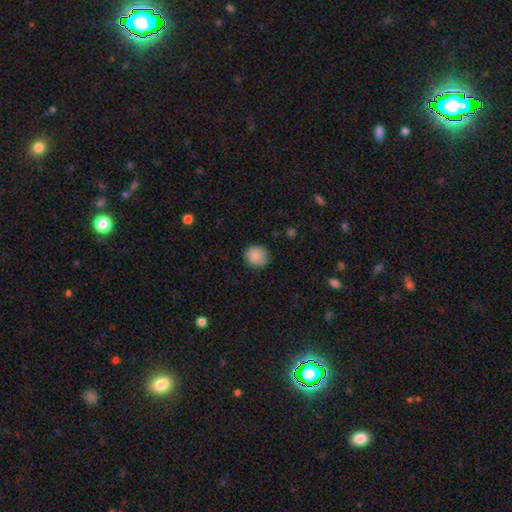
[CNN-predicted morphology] Q: Smooth or featured?
A: smooth (85%); runner-up: star or artifact (8%)
Q: How rounded?
A: round (87%); runner-up: in between (12%)
Q: Merging?
A: none (83%); runner-up: minor disturbance (13%)